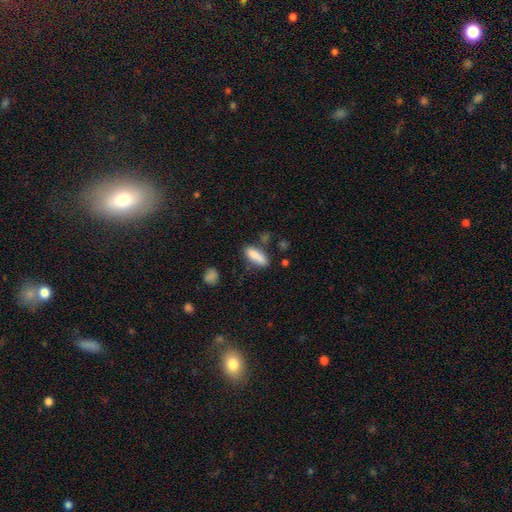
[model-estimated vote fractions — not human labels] Morphology: type=smooth (85%); roundness=in between (61%); merging=none (68%).